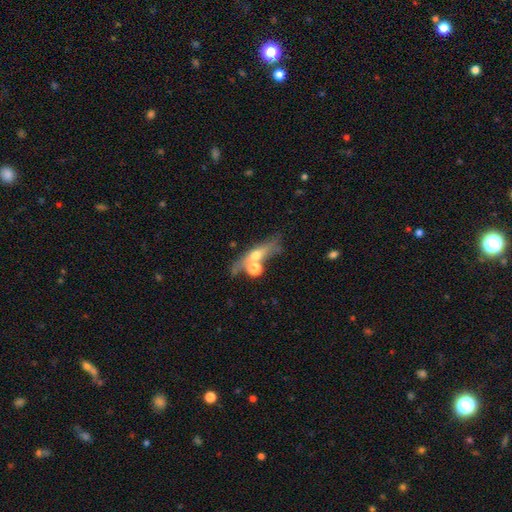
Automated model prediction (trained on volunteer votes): Morphology: type=featured or disk (46%); merging=none (44%).